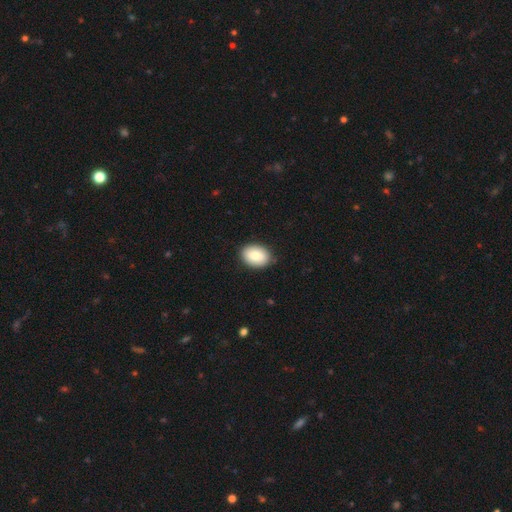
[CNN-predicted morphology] A smooth galaxy with no disk features (83%) that is in between round and cigar-shaped (75%).

Vote fractions:
- Smooth or featured? smooth: 83% / featured or disk: 10% / star or artifact: 7%
- How rounded? in between: 75% / round: 24% / cigar-shaped: 1%
- Merging? none: 86% / minor disturbance: 10% / major disturbance: 2% / merger: 1%